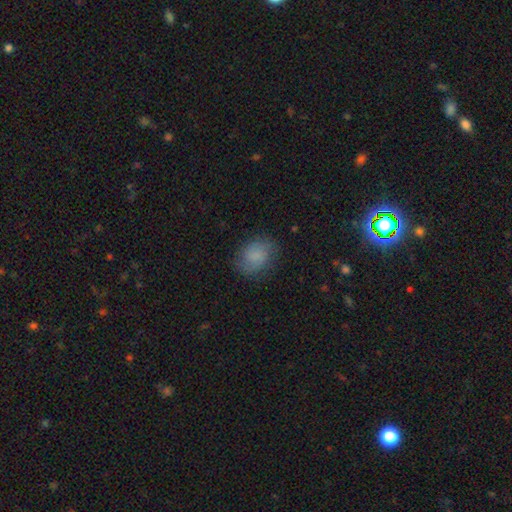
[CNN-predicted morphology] Smooth or featured?
  - smooth: 77% *
  - featured or disk: 14%
  - star or artifact: 9%
How rounded?
  - in between: 60% *
  - round: 39%
  - cigar-shaped: 1%
Merging?
  - none: 78% *
  - minor disturbance: 16%
  - major disturbance: 5%
  - merger: 1%